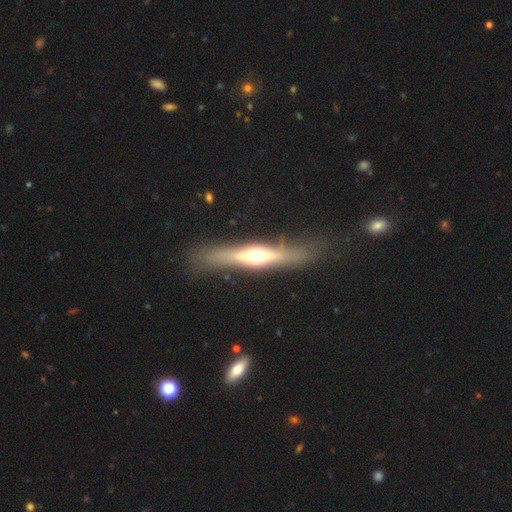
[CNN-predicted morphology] Smooth or featured? featured or disk (64%)
Edge-on disk? yes (89%)
Edge-on bulge? rounded (93%)
Merging? none (78%)